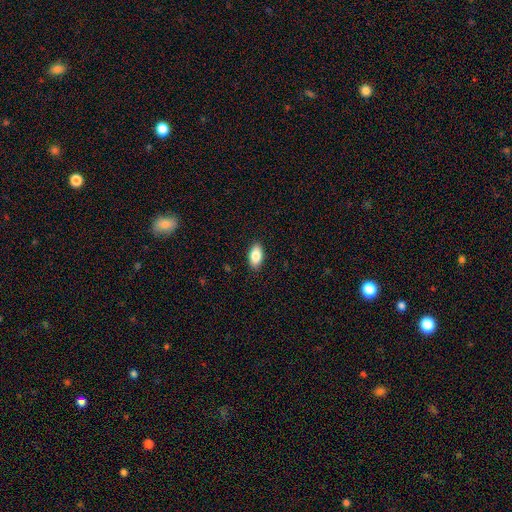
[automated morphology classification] This is clearly a smooth galaxy (85%). How rounded: clearly in between (93%). Merging: clearly none (89%).